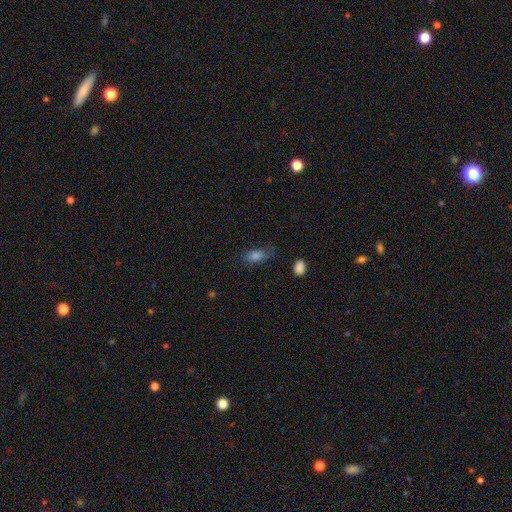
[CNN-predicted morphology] smooth_or_featured: smooth (p=0.73) [alt: featured or disk p=0.15]
how_rounded: in between (p=0.81) [alt: cigar-shaped p=0.12]
merging: none (p=0.69) [alt: minor disturbance p=0.21]